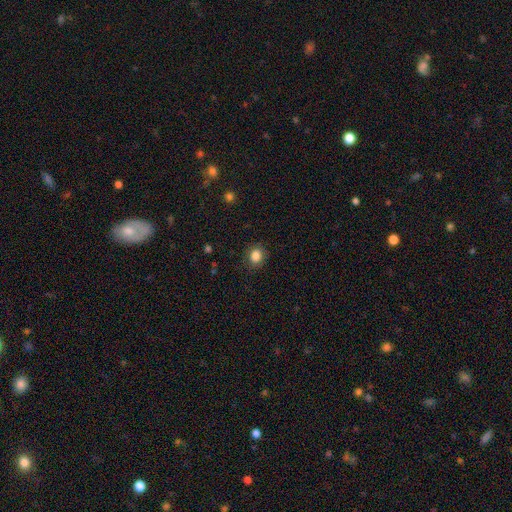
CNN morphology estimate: Smooth or featured? Predicted: smooth (p=0.85). How rounded? Predicted: round (p=0.67). Merging? Predicted: none (p=0.86).